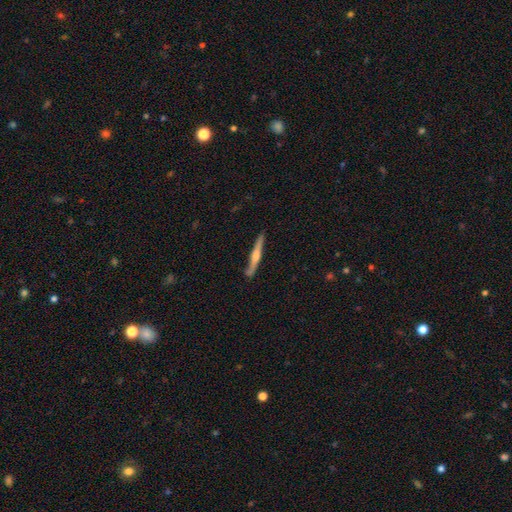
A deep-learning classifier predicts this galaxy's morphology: A featured or disk galaxy (72%) viewed edge-on (97%) with a rounded central bulge (81%).

Vote fractions:
- Smooth or featured? featured or disk: 72% / smooth: 23% / star or artifact: 5%
- Edge-on disk? yes: 97% / no: 3%
- Edge-on bulge? rounded: 81% / none: 10% / boxy: 9%
- Merging? none: 87% / minor disturbance: 10% / major disturbance: 2% / merger: 2%